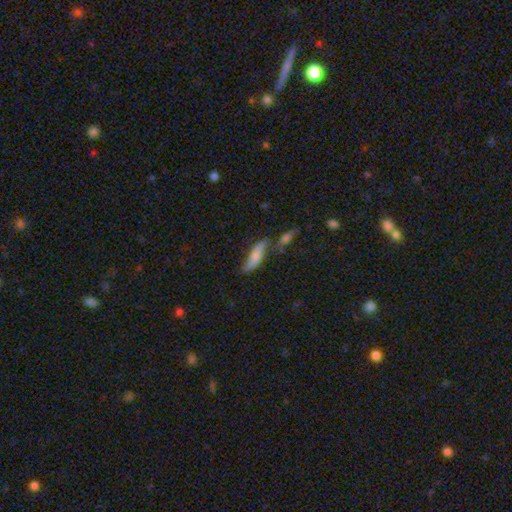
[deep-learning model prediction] Q: Smooth or featured?
A: smooth (61%); runner-up: featured or disk (32%)
Q: How rounded?
A: cigar-shaped (54%); runner-up: in between (44%)
Q: Merging?
A: none (50%); runner-up: minor disturbance (22%)